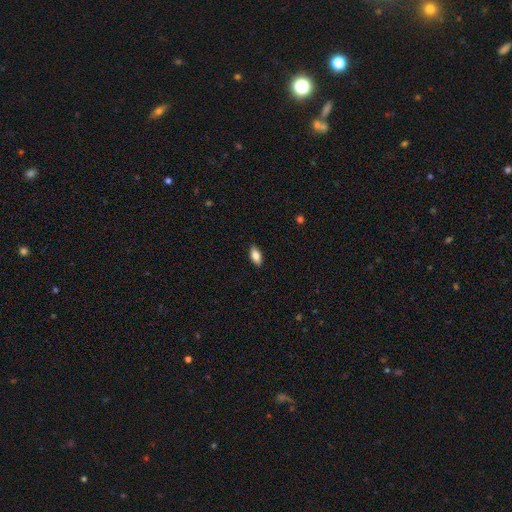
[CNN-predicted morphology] This is clearly a smooth galaxy (84%). How rounded: clearly in between (90%). Merging: clearly none (89%).